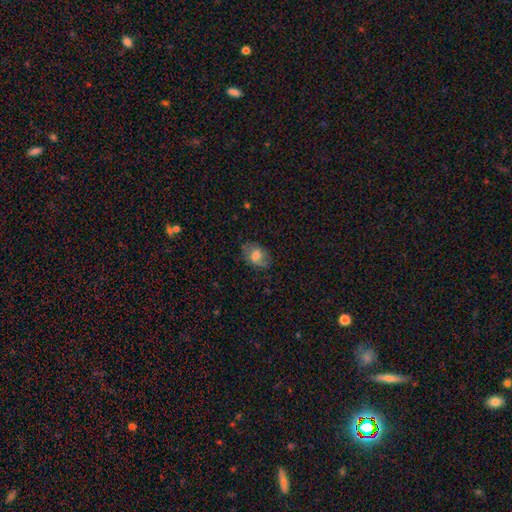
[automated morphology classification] smooth 63%, featured or disk 28%, star or artifact 9%. Down the decision tree: how rounded — in between (76%); merging — none (69%).